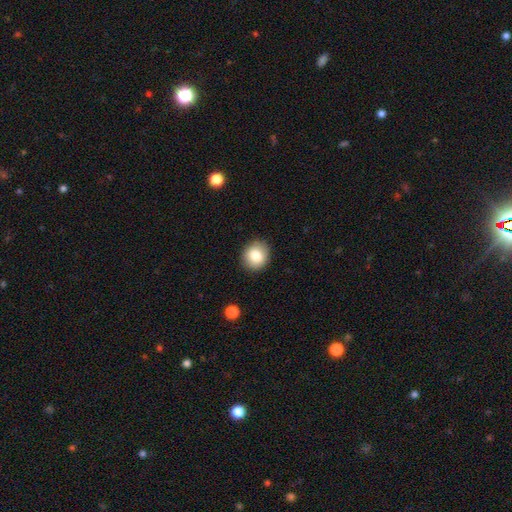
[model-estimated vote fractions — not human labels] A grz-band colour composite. It shows a smooth galaxy with no disk features (82%) that is round (76%). Merging: none (89%).